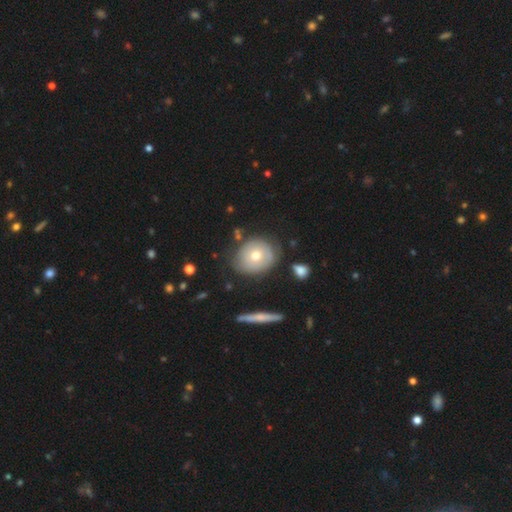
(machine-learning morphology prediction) A smooth galaxy with no disk features (61%) that is round (74%).

Vote fractions:
- Smooth or featured? smooth: 61% / featured or disk: 31% / star or artifact: 8%
- How rounded? round: 74% / in between: 25% / cigar-shaped: 1%
- Merging? none: 69% / minor disturbance: 20% / major disturbance: 6% / merger: 4%